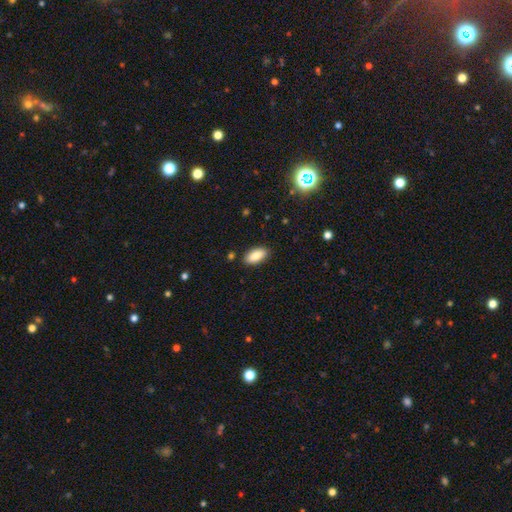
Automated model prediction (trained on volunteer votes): This appears to be a smooth galaxy with no disk features (84%) that is in between round and cigar-shaped (90%). Merging: none (88%).